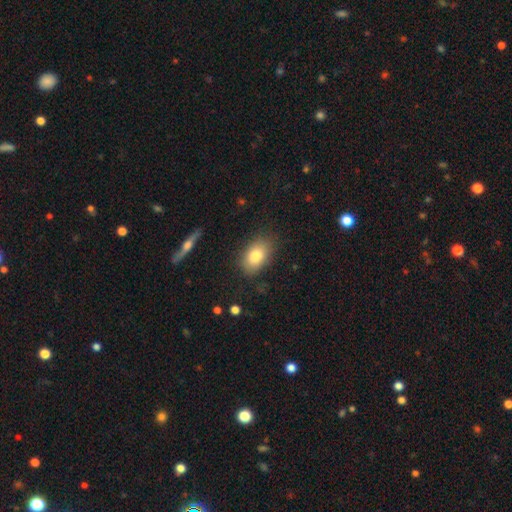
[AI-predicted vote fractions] Overall: smooth (81%). How rounded: in between (87%). Merging: none (81%).